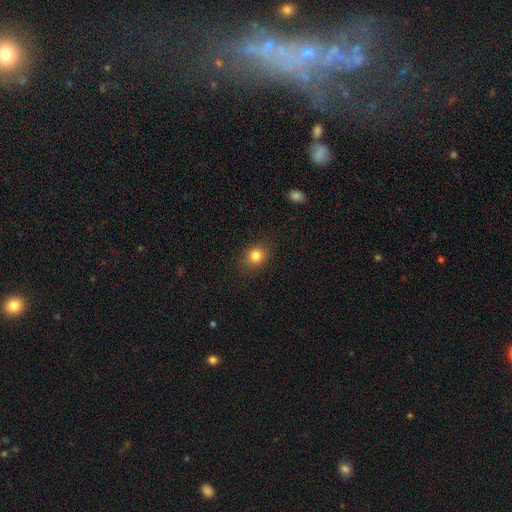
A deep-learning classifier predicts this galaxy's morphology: Smooth or featured? smooth (82%)
How rounded? round (66%)
Merging? none (86%)